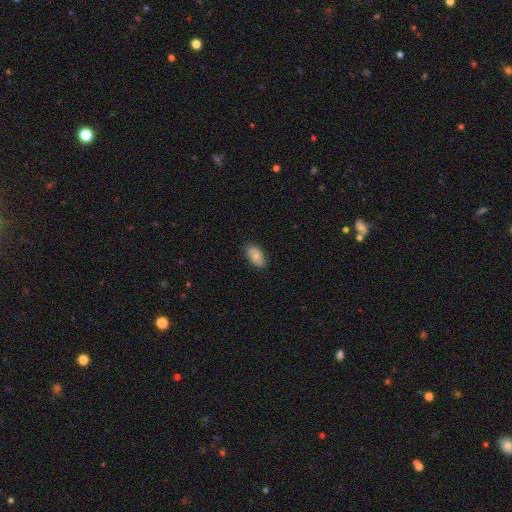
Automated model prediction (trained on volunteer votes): Morphology: type=smooth (86%); roundness=in between (93%); merging=none (83%).